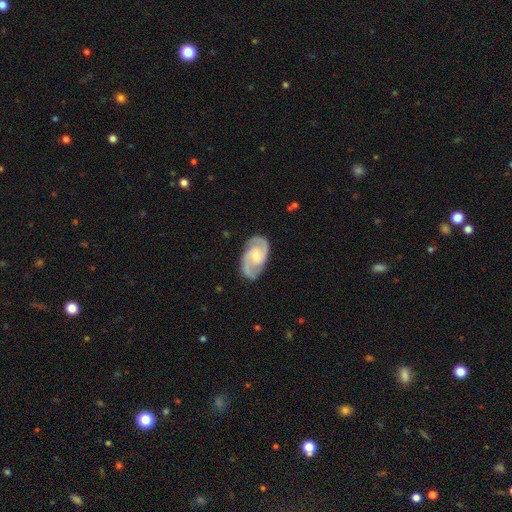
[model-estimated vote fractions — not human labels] Q: Smooth or featured?
A: featured or disk (86%); runner-up: smooth (10%)
Q: Edge-on disk?
A: no (97%); runner-up: yes (3%)
Q: Bar?
A: weak (46%); runner-up: no (45%)
Q: Spiral arms?
A: yes (97%); runner-up: no (3%)
Q: Spiral winding?
A: medium (55%); runner-up: tight (29%)
Q: Spiral arm count?
A: 2 (91%); runner-up: can't tell (4%)
Q: Bulge size?
A: moderate (44%); runner-up: small (42%)
Q: Merging?
A: none (82%); runner-up: minor disturbance (13%)